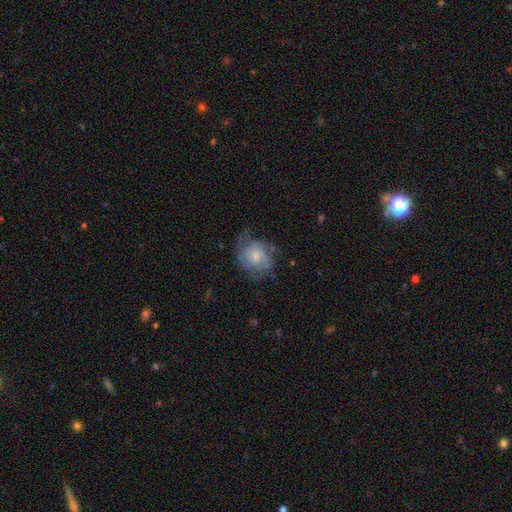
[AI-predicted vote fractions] This appears to be a featured or disk galaxy (59%) with no bar (70%), spiral arms (80%) and a small central bulge (42%, tied with moderate). Merging: none (55%).